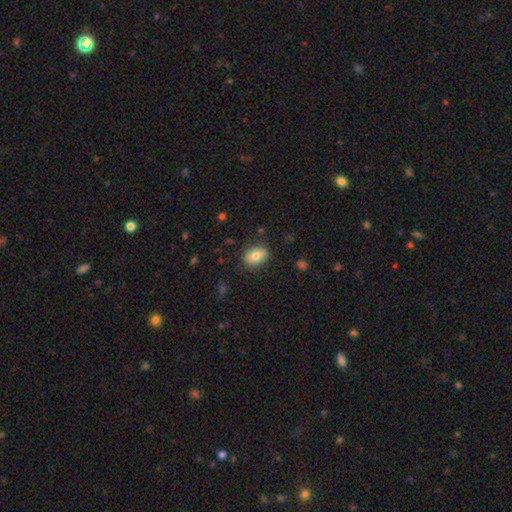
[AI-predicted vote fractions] Smooth or featured? Predicted: smooth (p=0.76). How rounded? Predicted: in between (p=0.76). Merging? Predicted: none (p=0.83).